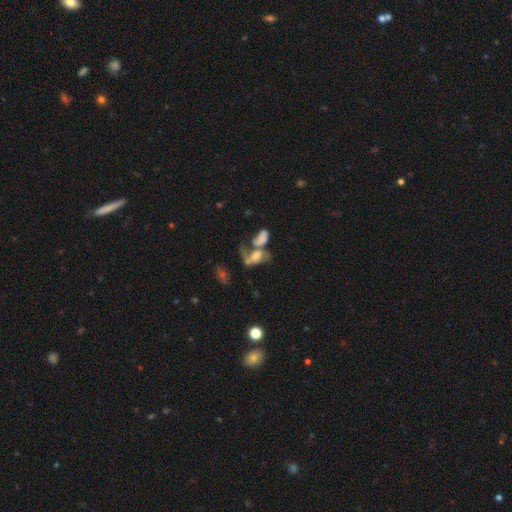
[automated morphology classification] This is possibly a featured or disk galaxy (48%). Merging: possibly merger (54%).